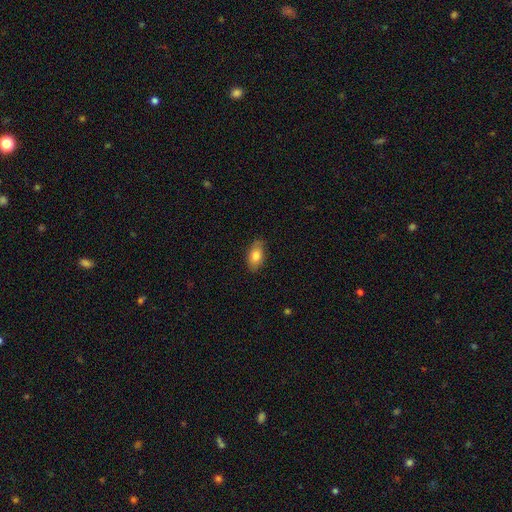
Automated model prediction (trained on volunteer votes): Overall: smooth (81%). How rounded: in between (90%). Merging: none (82%).